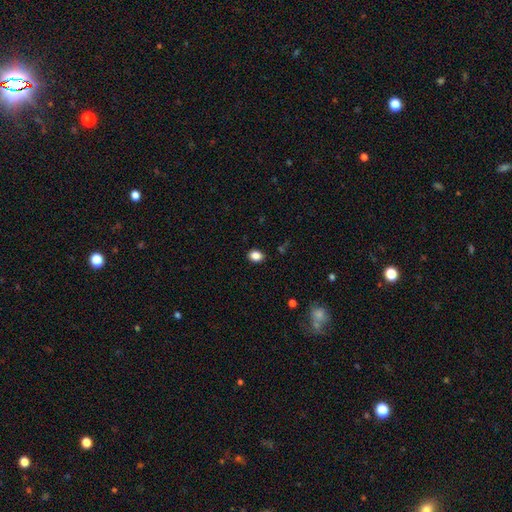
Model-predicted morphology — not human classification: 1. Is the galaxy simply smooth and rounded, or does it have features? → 86% smooth, 10% star or artifact, 3% featured or disk.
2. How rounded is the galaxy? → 61% in between, 38% round, 1% cigar-shaped.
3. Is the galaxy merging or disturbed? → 88% none, 9% minor disturbance, 2% major disturbance, 1% merger.